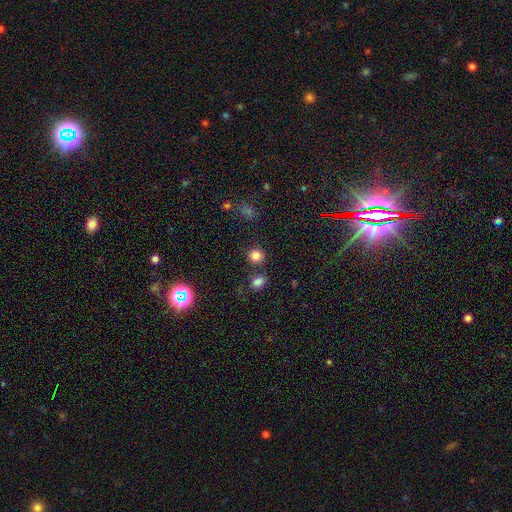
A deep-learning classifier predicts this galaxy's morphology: Q: Smooth or featured?
A: smooth (82%); runner-up: star or artifact (13%)
Q: How rounded?
A: round (83%); runner-up: in between (16%)
Q: Merging?
A: none (79%); runner-up: merger (9%)